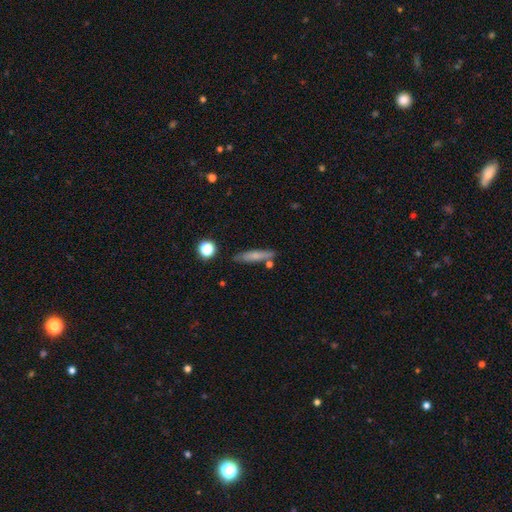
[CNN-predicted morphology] type=smooth (67%); roundness=cigar-shaped (84%); merging=none (78%).